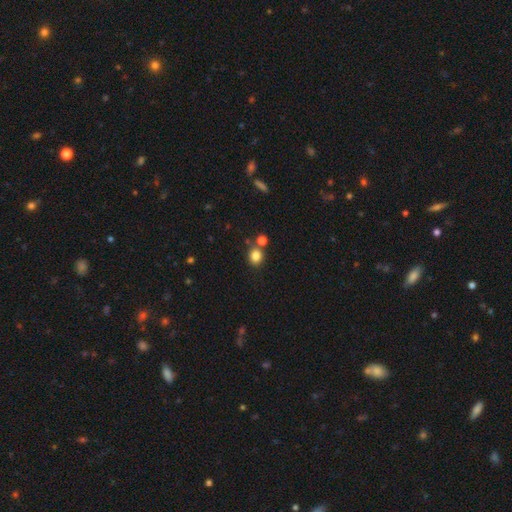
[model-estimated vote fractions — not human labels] Smooth or featured? Predicted: smooth (p=0.83). How rounded? Predicted: round (p=0.72). Merging? Predicted: none (p=0.68).